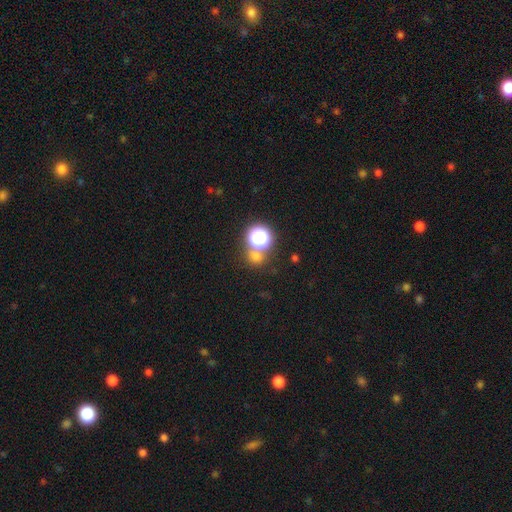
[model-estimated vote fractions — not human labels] Smooth or featured?
  - smooth: 58% *
  - star or artifact: 34%
  - featured or disk: 8%
How rounded?
  - round: 82% *
  - in between: 16%
  - cigar-shaped: 1%
Merging?
  - none: 63% *
  - merger: 23%
  - minor disturbance: 9%
  - major disturbance: 5%